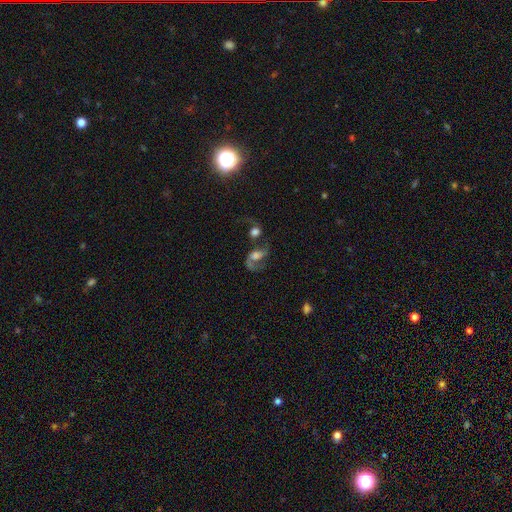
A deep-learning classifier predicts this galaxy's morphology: A featured or disk galaxy (67%) with no bar (56%), 2 (65%) loose (62%) spiral arms (85%) and a moderate central bulge (34%, tied with large). Merging: merger (39%).